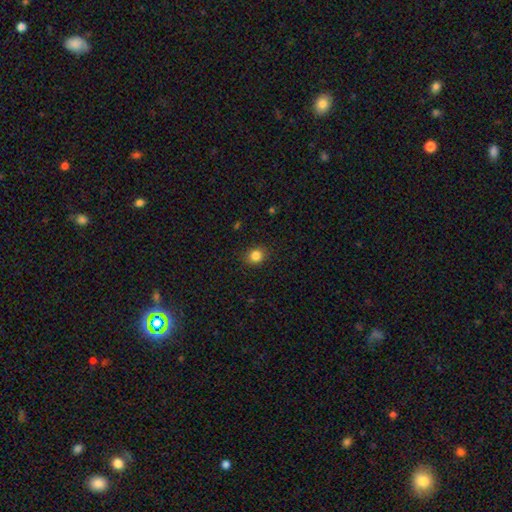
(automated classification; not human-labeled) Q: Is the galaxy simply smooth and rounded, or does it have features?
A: smooth — 84%.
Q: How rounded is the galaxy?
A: round — 73%.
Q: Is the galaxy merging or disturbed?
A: none — 89%.